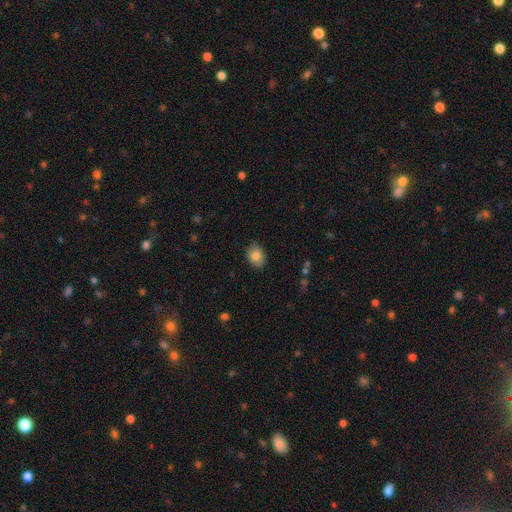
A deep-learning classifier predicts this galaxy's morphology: Smooth or featured? Predicted: smooth (p=0.82). How rounded? Predicted: in between (p=0.72). Merging? Predicted: none (p=0.81).